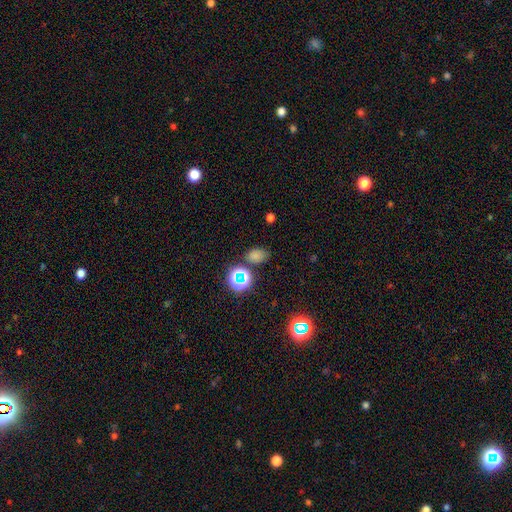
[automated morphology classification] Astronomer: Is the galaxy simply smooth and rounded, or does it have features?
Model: smooth — 68%.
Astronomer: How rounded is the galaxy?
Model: in between — 75%.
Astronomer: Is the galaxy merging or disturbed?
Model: none — 74%.